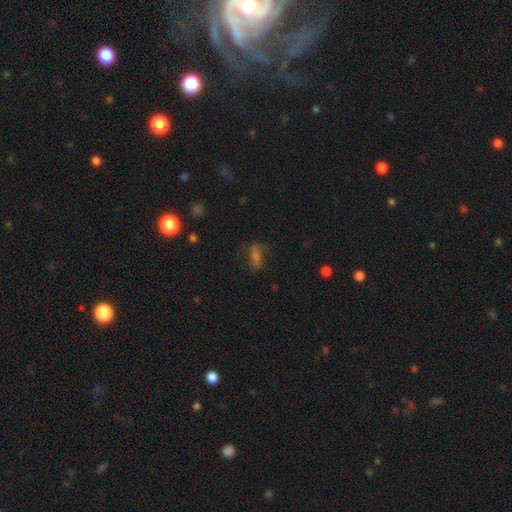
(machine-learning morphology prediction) Smooth or featured? Predicted: smooth (p=0.55). How rounded? Predicted: in between (p=0.58). Merging? Predicted: none (p=0.70).